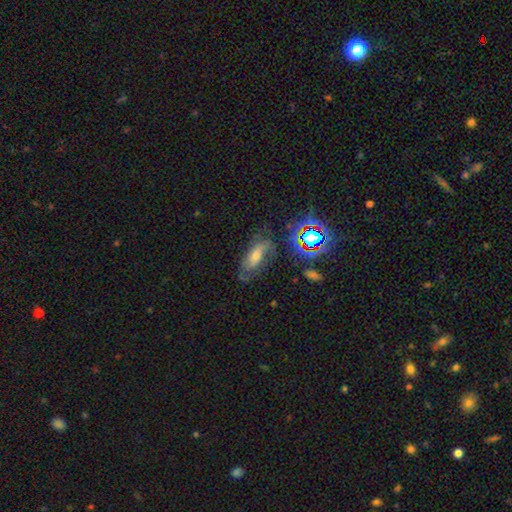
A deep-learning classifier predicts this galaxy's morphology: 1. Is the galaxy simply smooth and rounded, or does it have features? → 46% featured or disk, 31% smooth, 23% star or artifact.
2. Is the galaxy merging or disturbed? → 58% none, 24% minor disturbance, 15% major disturbance, 4% merger.